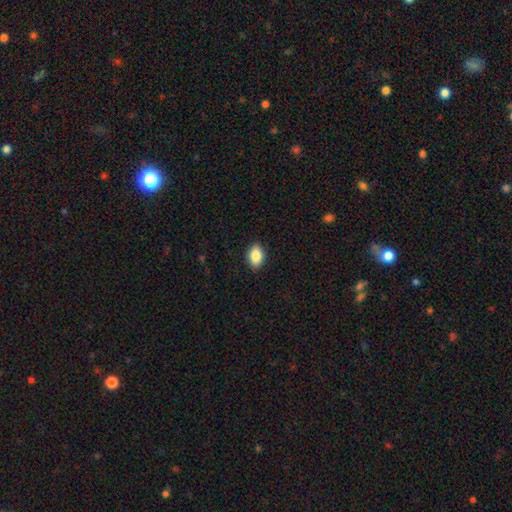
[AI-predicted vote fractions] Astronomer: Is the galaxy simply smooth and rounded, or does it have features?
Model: smooth — 86%.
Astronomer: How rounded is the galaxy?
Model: in between — 86%.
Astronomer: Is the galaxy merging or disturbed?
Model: none — 89%.